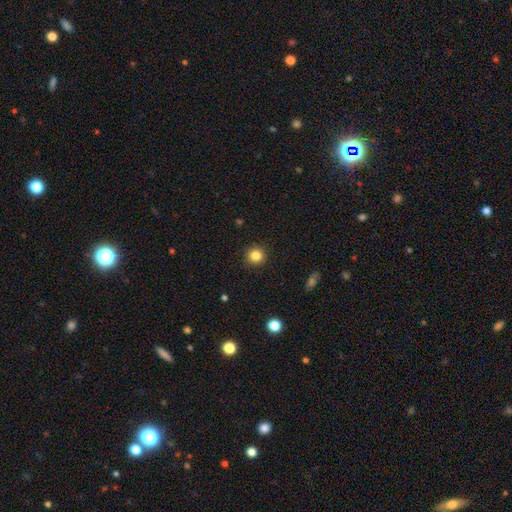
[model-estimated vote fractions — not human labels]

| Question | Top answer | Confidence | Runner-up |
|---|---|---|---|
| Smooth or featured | smooth | 84% | star or artifact (11%) |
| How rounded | round | 91% | in between (8%) |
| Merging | none | 91% | minor disturbance (6%) |